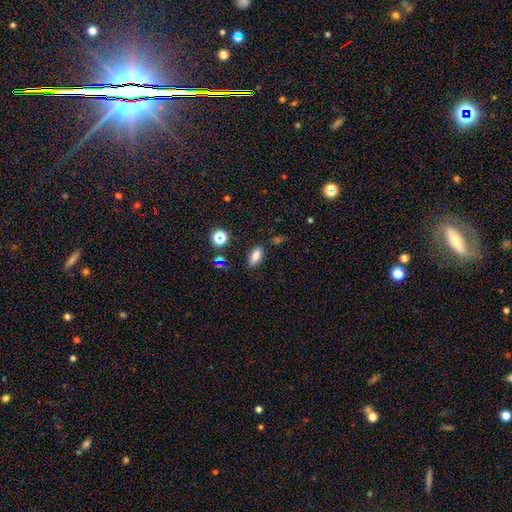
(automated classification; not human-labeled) Overall: smooth (80%). How rounded: in between (83%). Merging: none (83%).